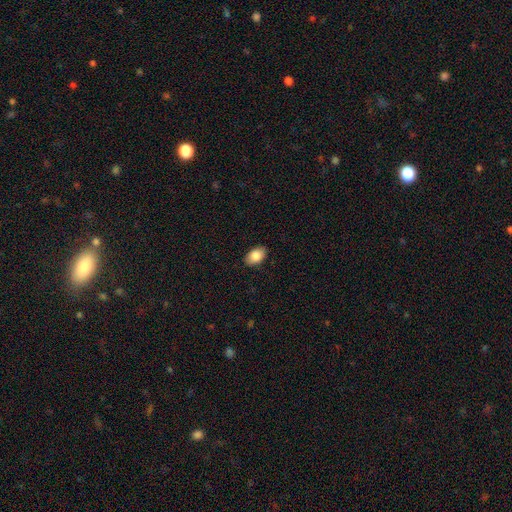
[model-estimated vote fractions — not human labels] smooth 86%, featured or disk 7%, star or artifact 7%. Down the decision tree: how rounded — in between (91%); merging — none (88%).